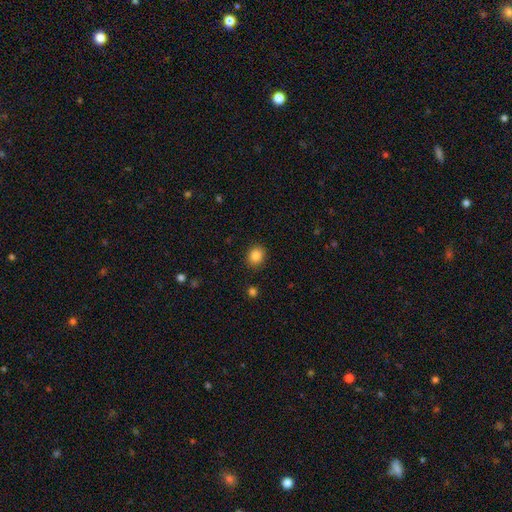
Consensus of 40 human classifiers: Smooth or featured? 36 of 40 (90%) said smooth. How rounded? 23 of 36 (64%) said round. Merging? 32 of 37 (86%) said none.